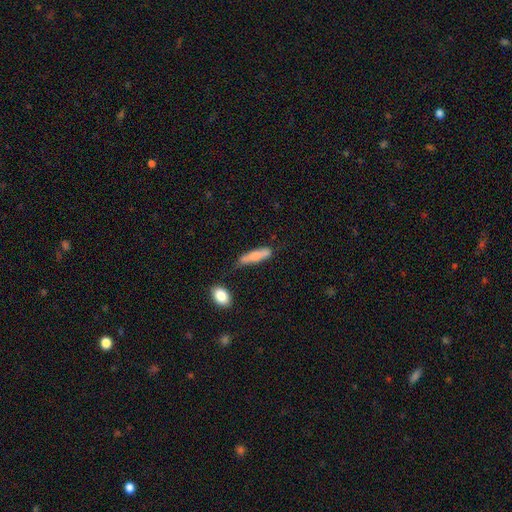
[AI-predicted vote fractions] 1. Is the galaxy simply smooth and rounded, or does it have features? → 72% smooth, 21% featured or disk, 7% star or artifact.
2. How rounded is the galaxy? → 76% cigar-shaped, 22% in between, 2% round.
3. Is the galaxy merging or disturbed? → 56% none, 27% minor disturbance, 9% merger, 8% major disturbance.